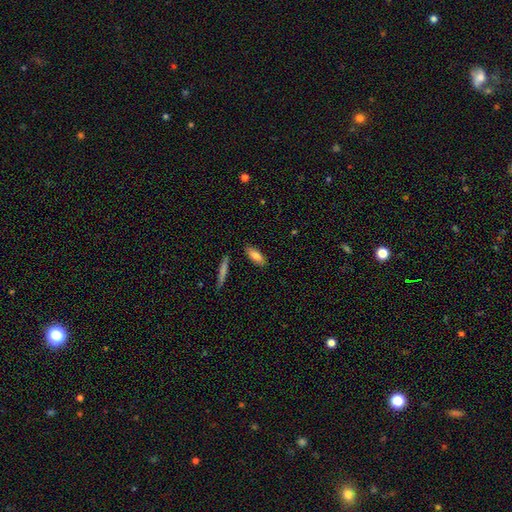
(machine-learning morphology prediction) Q: Smooth or featured?
A: smooth (81%); runner-up: featured or disk (13%)
Q: How rounded?
A: in between (65%); runner-up: cigar-shaped (33%)
Q: Merging?
A: none (85%); runner-up: minor disturbance (11%)